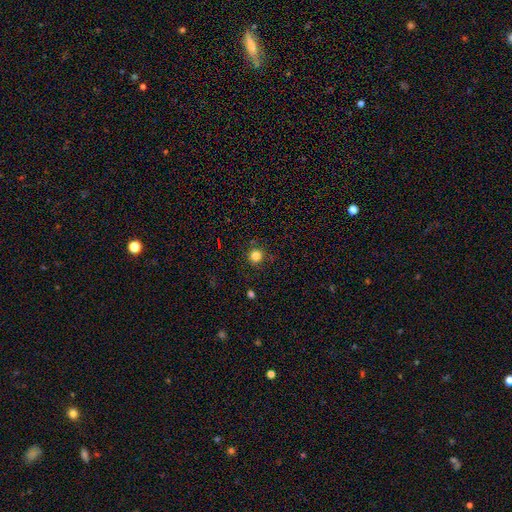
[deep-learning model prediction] Smooth or featured: smooth — 83% (star or artifact — 13%)
How rounded: round — 94% (in between — 5%)
Merging: none — 88% (minor disturbance — 8%)